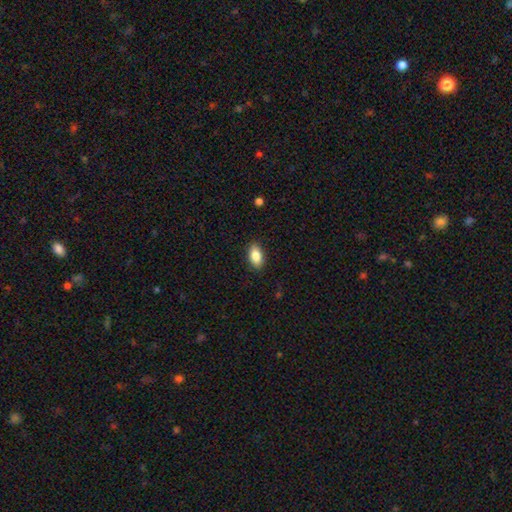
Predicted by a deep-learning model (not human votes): Overall: smooth (84%). How rounded: in between (91%). Merging: none (89%).